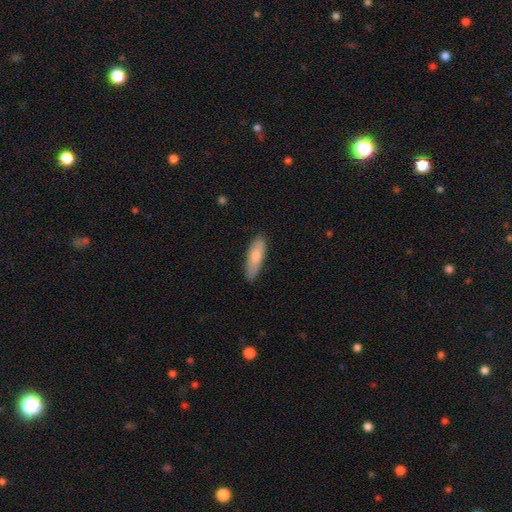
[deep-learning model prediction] smooth_or_featured: smooth (p=0.62) [alt: featured or disk p=0.31]
how_rounded: cigar-shaped (p=0.51) [alt: in between p=0.47]
merging: none (p=0.86) [alt: minor disturbance p=0.11]